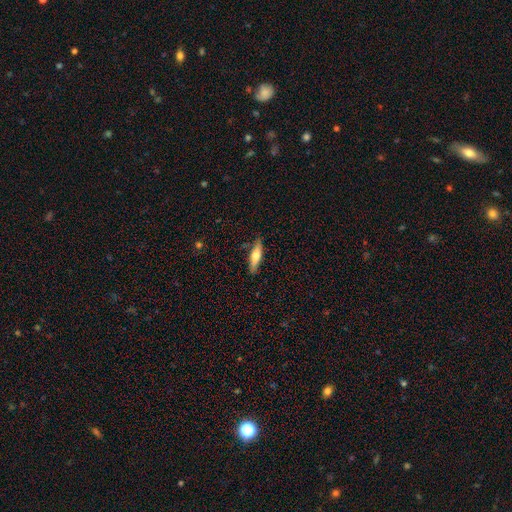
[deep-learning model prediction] Smooth or featured? smooth (58%)
How rounded? cigar-shaped (68%)
Merging? none (84%)